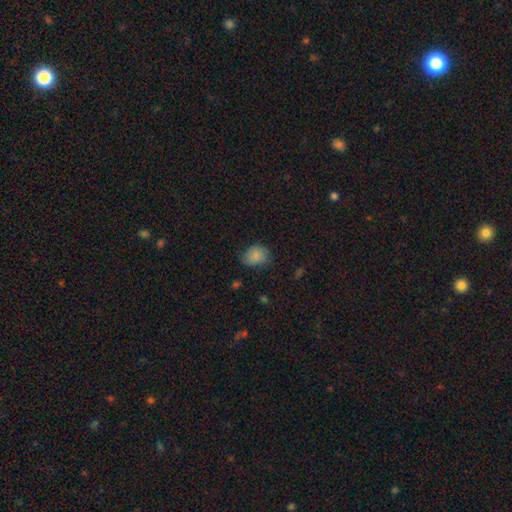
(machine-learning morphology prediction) This appears to be a smooth galaxy with no disk features (82%) that is in between round and cigar-shaped (53%). Merging: none (65%).